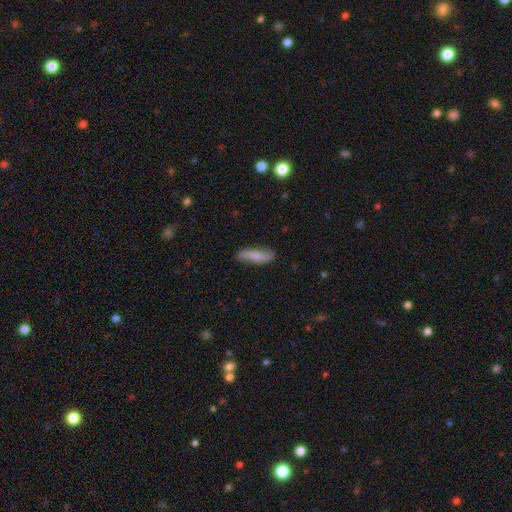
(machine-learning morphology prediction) A smooth galaxy with no disk features (61%) that is cigar-shaped (59%). Merging: none (79%).